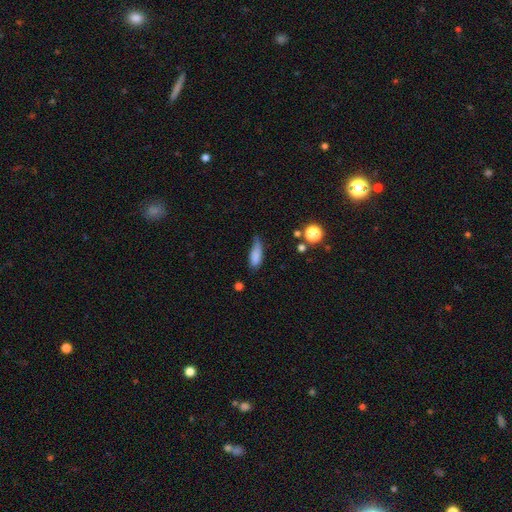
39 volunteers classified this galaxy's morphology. A smooth galaxy with no disk features (82%) that is in between round and cigar-shaped (56%). Merging: minor disturbance (60%).